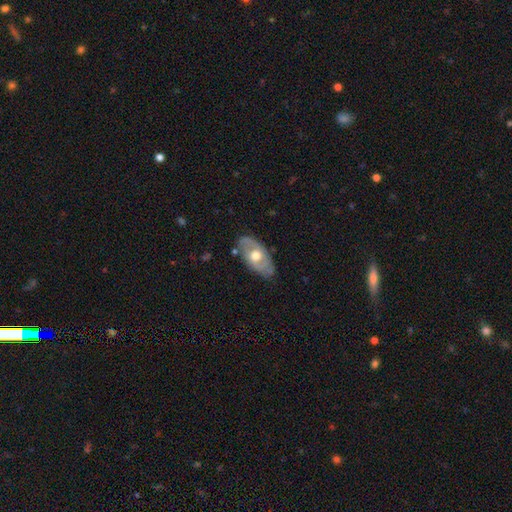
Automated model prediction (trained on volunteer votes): This appears to be a featured or disk galaxy (54%). Merging: none (76%).